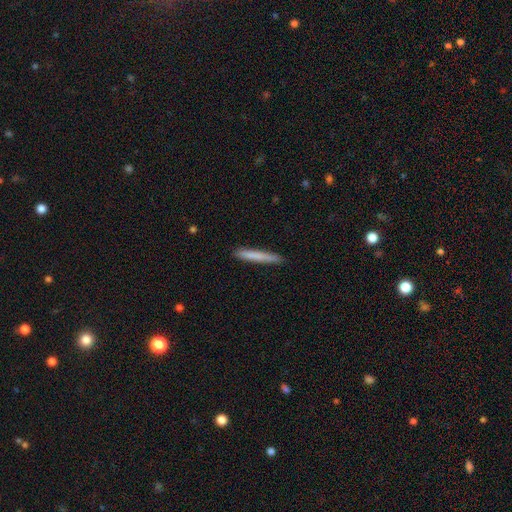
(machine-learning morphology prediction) smooth 75%, featured or disk 19%, star or artifact 6%. Down the decision tree: how rounded — cigar-shaped (96%); merging — none (90%).